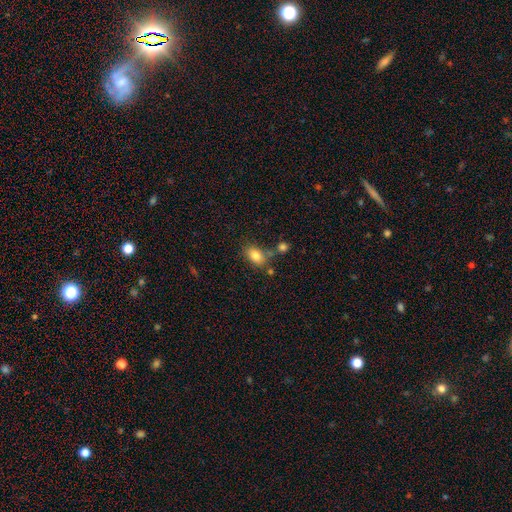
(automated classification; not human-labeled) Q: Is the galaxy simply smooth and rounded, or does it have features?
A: smooth — 82%.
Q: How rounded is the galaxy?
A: in between — 81%.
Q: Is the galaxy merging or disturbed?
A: none — 63%.